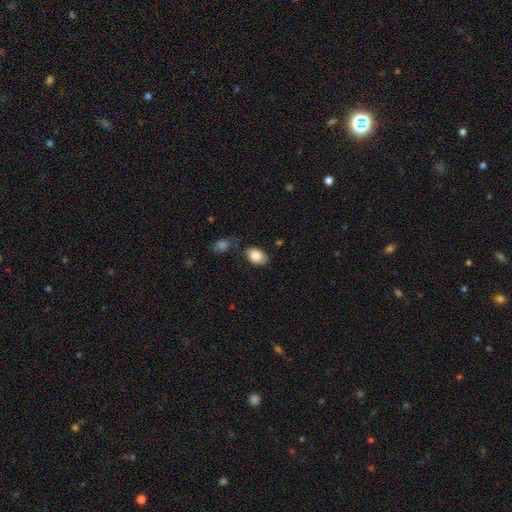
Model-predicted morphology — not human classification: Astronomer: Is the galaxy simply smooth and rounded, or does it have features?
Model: smooth — 82%.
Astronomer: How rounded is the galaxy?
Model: in between — 83%.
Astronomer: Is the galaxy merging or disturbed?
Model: none — 59%.